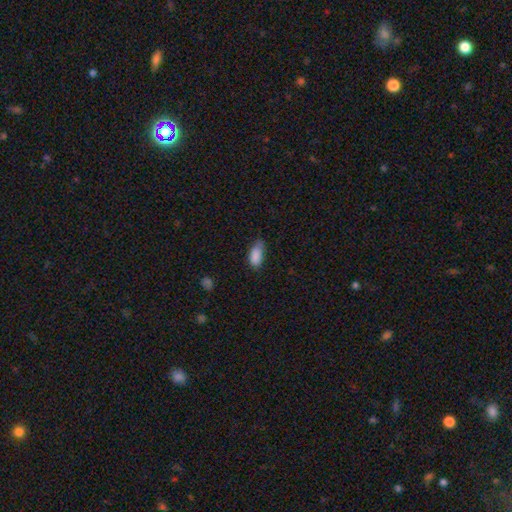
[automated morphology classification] A smooth galaxy with no disk features (87%) that is in between round and cigar-shaped (90%).

Vote fractions:
- Smooth or featured? smooth: 87% / star or artifact: 8% / featured or disk: 5%
- How rounded? in between: 90% / cigar-shaped: 7% / round: 3%
- Merging? none: 53% / minor disturbance: 37% / major disturbance: 8% / merger: 2%